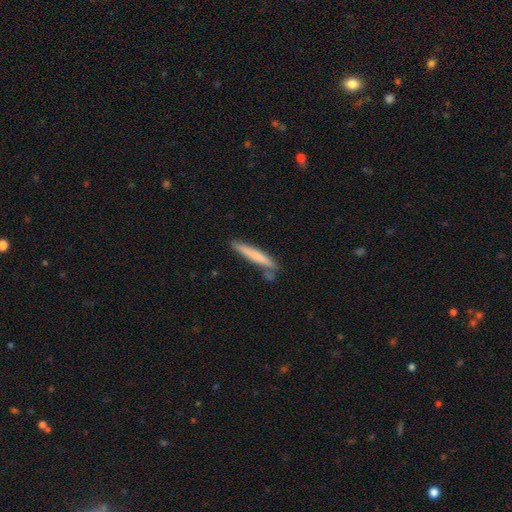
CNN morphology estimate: A smooth galaxy with no disk features (72%) that is cigar-shaped (95%). Merging: none (75%).